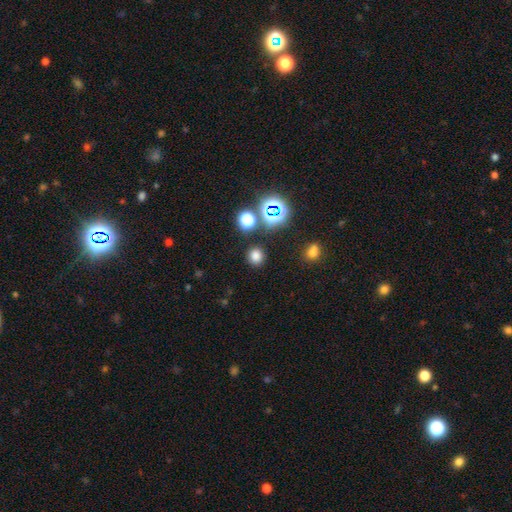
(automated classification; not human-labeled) This is likely a smooth galaxy (74%). How rounded: clearly round (88%). Merging: clearly none (87%).